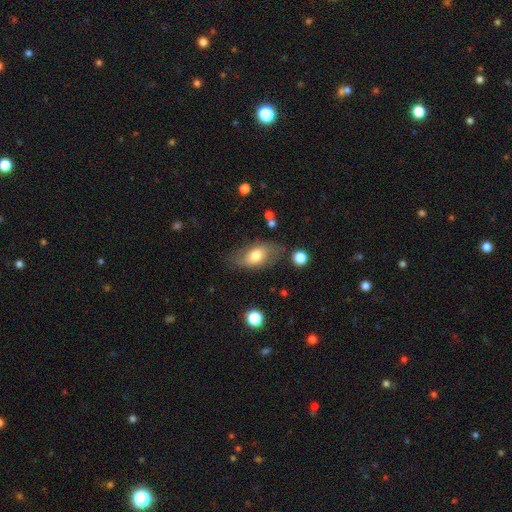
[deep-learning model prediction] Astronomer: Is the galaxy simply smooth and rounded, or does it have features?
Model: smooth — 60%.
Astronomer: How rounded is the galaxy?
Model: in between — 89%.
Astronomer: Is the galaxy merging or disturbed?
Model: none — 65%.